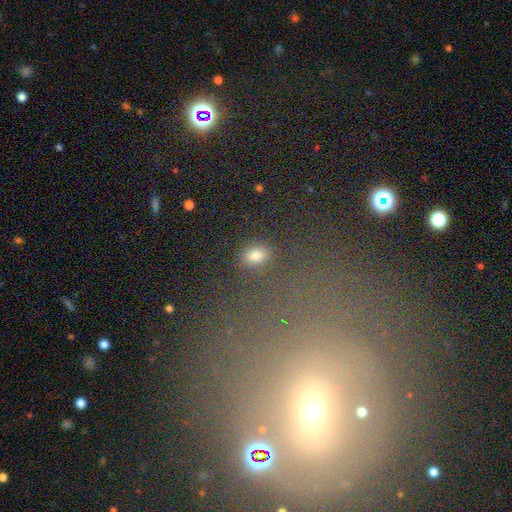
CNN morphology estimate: This appears to be a smooth galaxy with no disk features (76%) that is in between round and cigar-shaped (61%). Merging: none (84%).